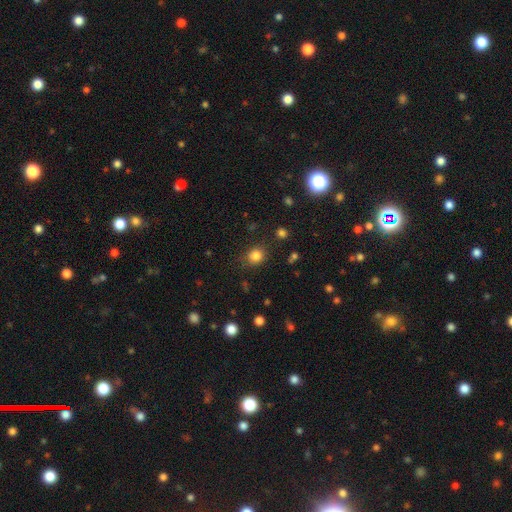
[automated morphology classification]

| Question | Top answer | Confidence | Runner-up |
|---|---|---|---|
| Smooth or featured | smooth | 82% | star or artifact (13%) |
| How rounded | round | 74% | in between (25%) |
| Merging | none | 81% | minor disturbance (13%) |